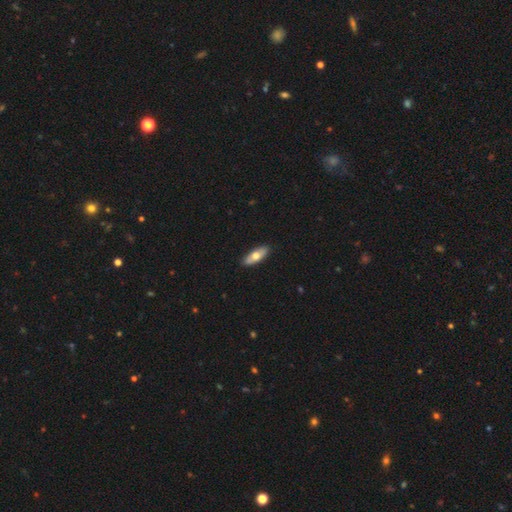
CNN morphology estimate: type=smooth (64%); roundness=in between (67%); merging=none (90%).